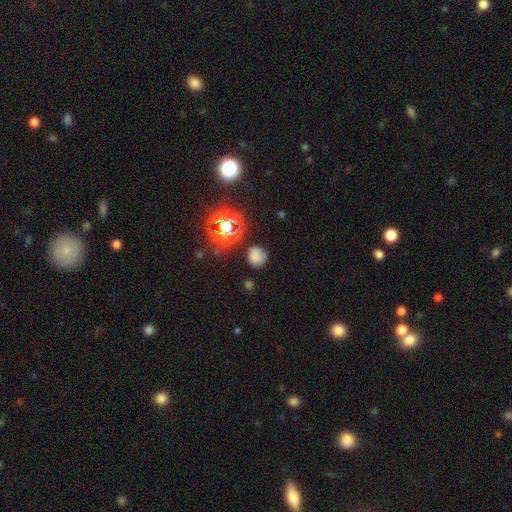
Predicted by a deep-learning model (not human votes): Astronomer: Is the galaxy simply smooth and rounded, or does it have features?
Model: smooth — 67%.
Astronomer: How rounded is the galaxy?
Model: round — 79%.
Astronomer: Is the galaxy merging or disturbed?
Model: none — 73%.